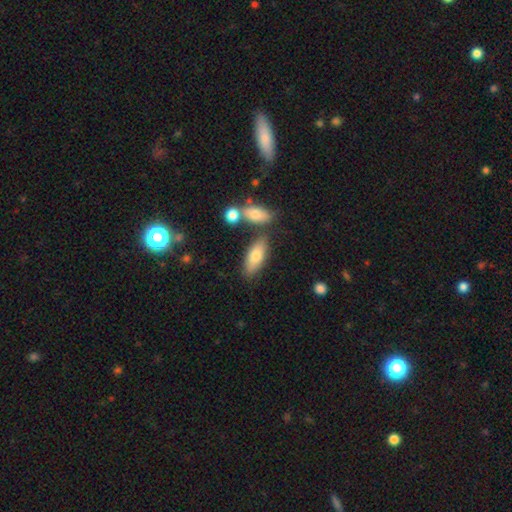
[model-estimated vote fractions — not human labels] Smooth or featured?
  - smooth: 74% *
  - featured or disk: 19%
  - star or artifact: 7%
How rounded?
  - in between: 74% *
  - cigar-shaped: 23%
  - round: 3%
Merging?
  - none: 70% *
  - merger: 13%
  - minor disturbance: 13%
  - major disturbance: 4%